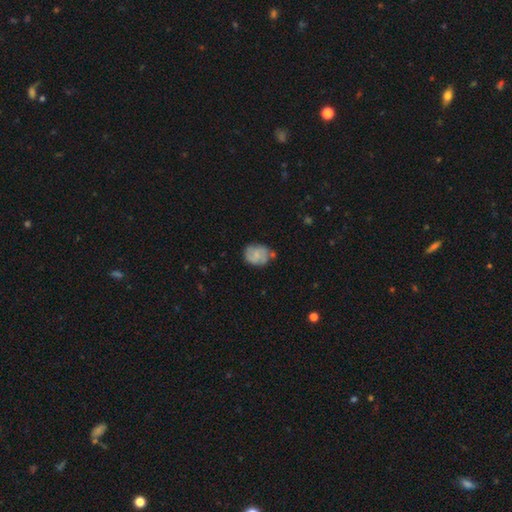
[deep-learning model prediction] Smooth or featured: featured or disk — 50% (smooth — 43%)
Merging: none — 61% (minor disturbance — 26%)